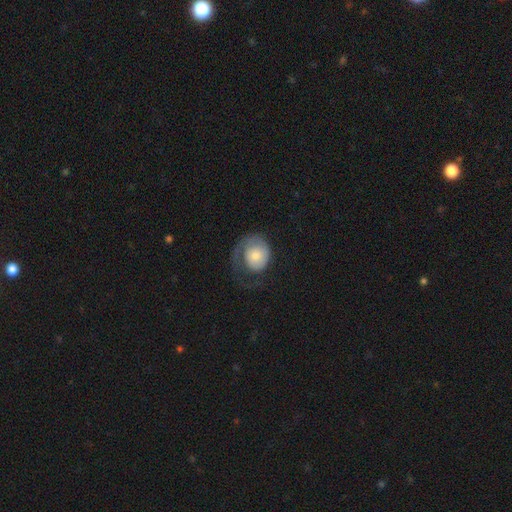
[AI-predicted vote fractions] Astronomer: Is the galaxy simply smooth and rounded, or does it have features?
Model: featured or disk — 48% (runner-up: smooth, 46%).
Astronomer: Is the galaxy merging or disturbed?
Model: major disturbance — 44% (runner-up: none, 36%).